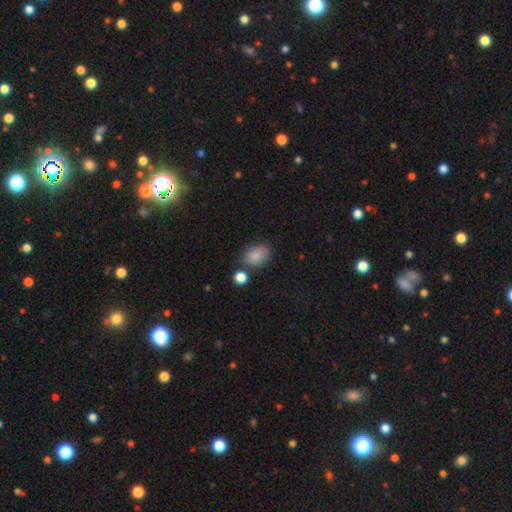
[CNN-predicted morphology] The model was most divided on "merging": none: 70%, minor disturbance: 17%, merger: 9%, major disturbance: 4%. More confident: smooth or featured — smooth (84%); how rounded — in between (76%).